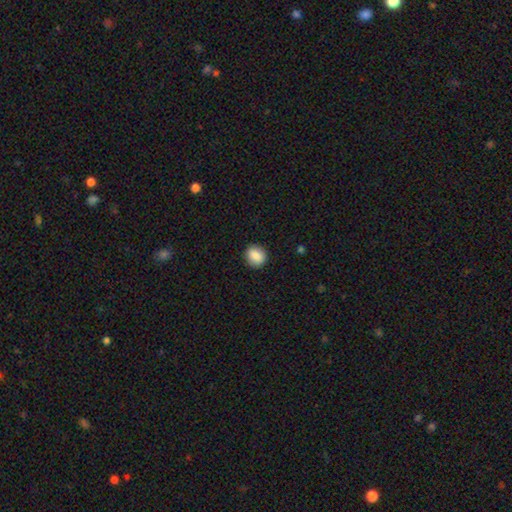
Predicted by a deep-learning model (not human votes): smooth 88%, star or artifact 8%, featured or disk 4%. Down the decision tree: how rounded — round (74%); merging — none (90%).